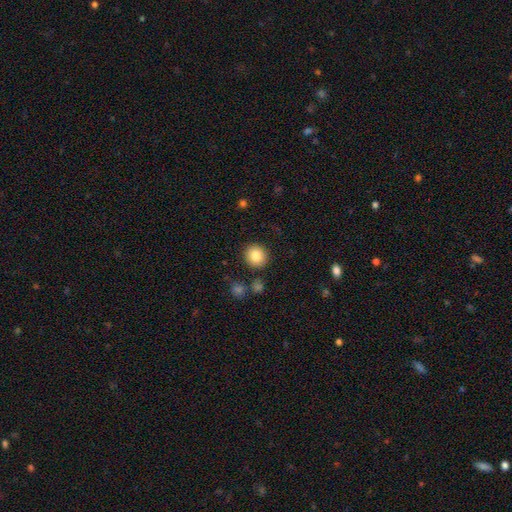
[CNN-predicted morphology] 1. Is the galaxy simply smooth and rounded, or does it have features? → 83% smooth, 9% star or artifact, 7% featured or disk.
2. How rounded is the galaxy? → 89% round, 10% in between, 1% cigar-shaped.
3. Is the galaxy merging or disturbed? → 89% none, 6% minor disturbance, 3% merger, 2% major disturbance.